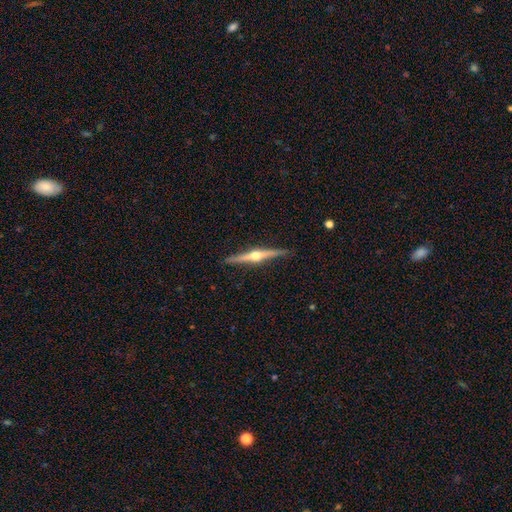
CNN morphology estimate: The model was most divided on "smooth or featured": featured or disk: 80%, smooth: 15%, star or artifact: 5%. More confident: edge-on disk — yes (98%); edge-on bulge — rounded (96%); merging — none (89%).